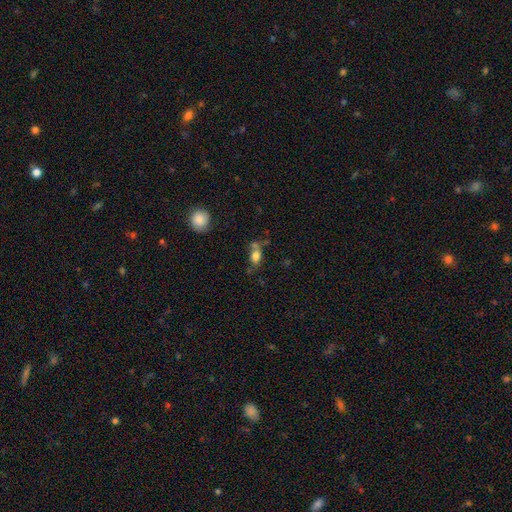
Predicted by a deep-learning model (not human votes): Smooth or featured? Predicted: smooth (p=0.77). How rounded? Predicted: in between (p=0.76). Merging? Predicted: none (p=0.46).